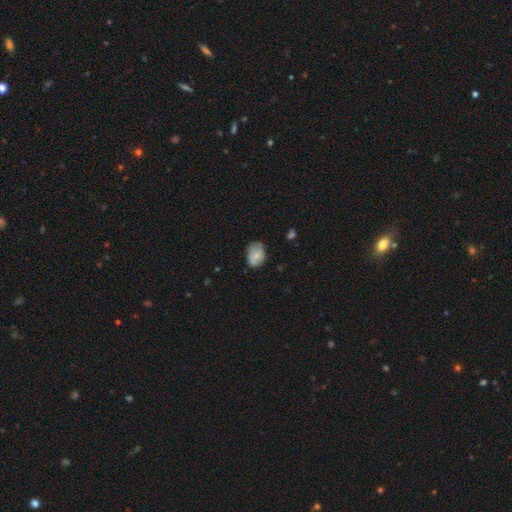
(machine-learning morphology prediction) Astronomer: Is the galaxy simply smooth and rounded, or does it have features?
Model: smooth — 74%.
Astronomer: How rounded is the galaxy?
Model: in between — 75%.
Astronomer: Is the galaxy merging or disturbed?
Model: none — 60%.